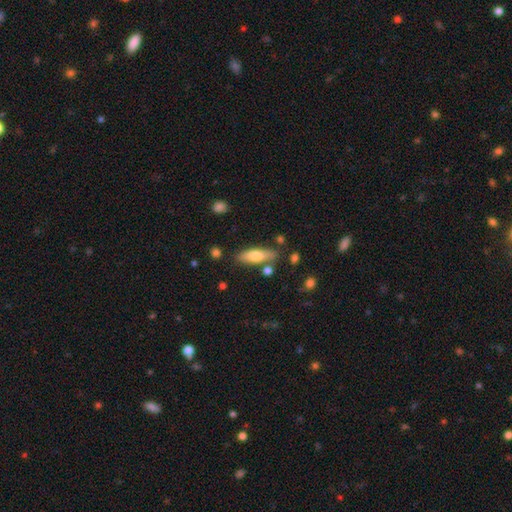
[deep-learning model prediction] This is likely a smooth galaxy (68%). How rounded: possibly in between (51%). Merging: likely none (78%).